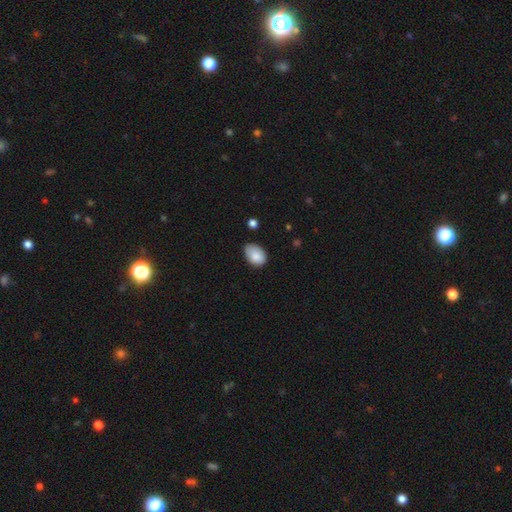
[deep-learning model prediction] This is clearly a smooth galaxy (86%). How rounded: clearly in between (83%). Merging: likely none (61%).